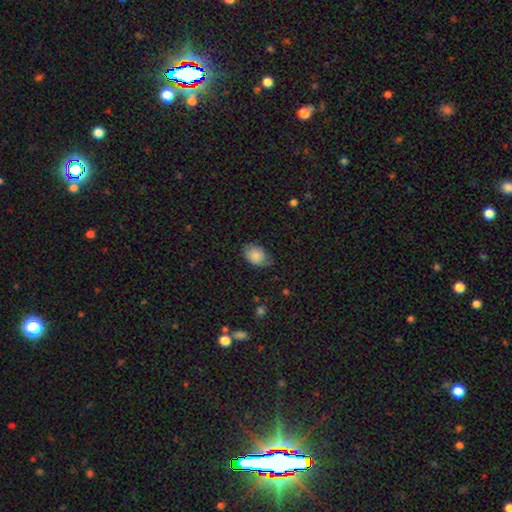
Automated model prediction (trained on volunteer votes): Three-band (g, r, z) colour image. It shows a smooth galaxy with no disk features (79%) that is in between round and cigar-shaped (83%). Merging: none (65%).